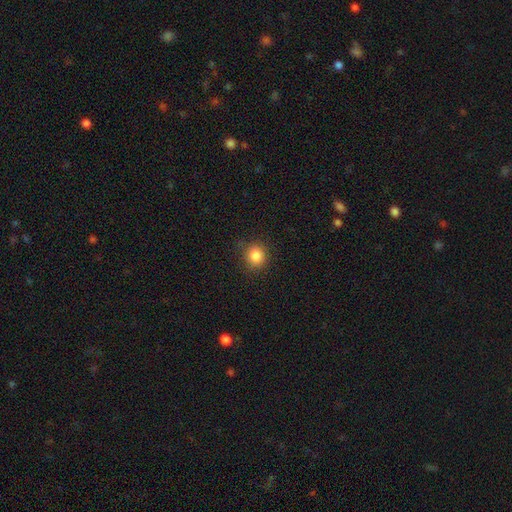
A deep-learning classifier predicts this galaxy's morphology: The model was most divided on "merging": none: 83%, minor disturbance: 12%, major disturbance: 4%, merger: 1%. More confident: how rounded — round (86%); smooth or featured — smooth (85%).